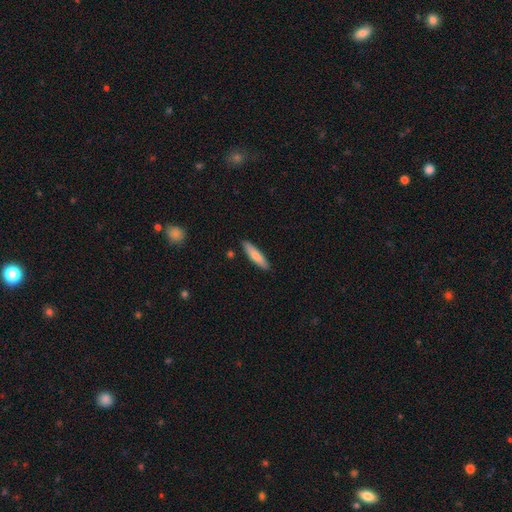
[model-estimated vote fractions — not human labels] A smooth galaxy with no disk features (77%) that is cigar-shaped (79%).

Vote fractions:
- Smooth or featured? smooth: 77% / featured or disk: 17% / star or artifact: 5%
- How rounded? cigar-shaped: 79% / in between: 20% / round: 1%
- Merging? none: 88% / minor disturbance: 8% / merger: 2% / major disturbance: 2%